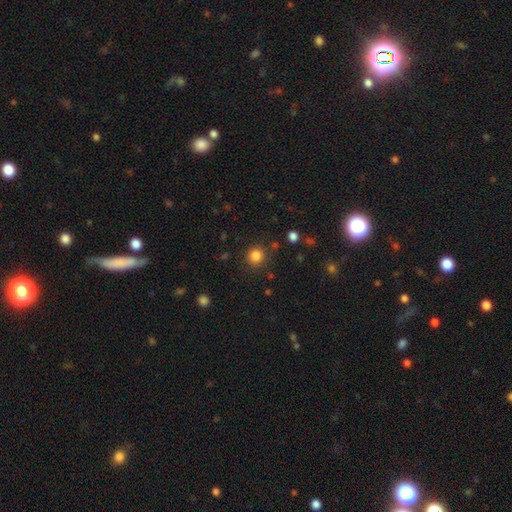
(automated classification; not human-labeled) smooth 84%, star or artifact 12%, featured or disk 4%. Down the decision tree: how rounded — round (92%); merging — none (86%).